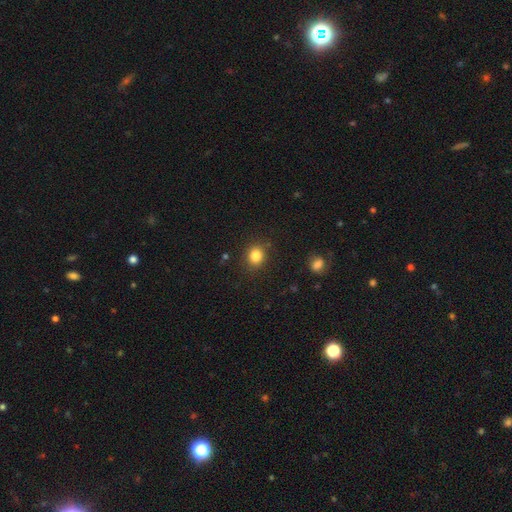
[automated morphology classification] smooth 83%, star or artifact 12%, featured or disk 5%. Down the decision tree: how rounded — round (76%); merging — none (86%).